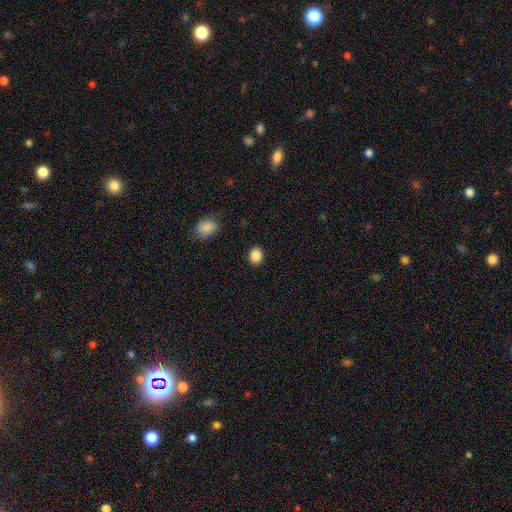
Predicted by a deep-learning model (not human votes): Overall: smooth (88%). How rounded: round (55%; in between 44%). Merging: none (90%).